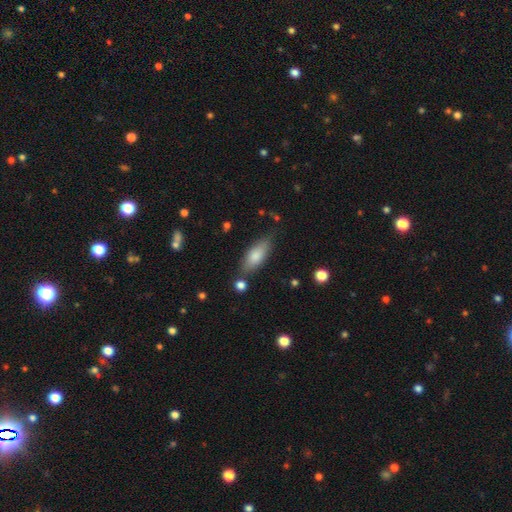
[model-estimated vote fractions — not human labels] A smooth galaxy with no disk features (79%) that is in between round and cigar-shaped (76%).

Vote fractions:
- Smooth or featured? smooth: 79% / featured or disk: 15% / star or artifact: 6%
- How rounded? in between: 76% / cigar-shaped: 22% / round: 2%
- Merging? none: 73% / minor disturbance: 17% / merger: 5% / major disturbance: 4%